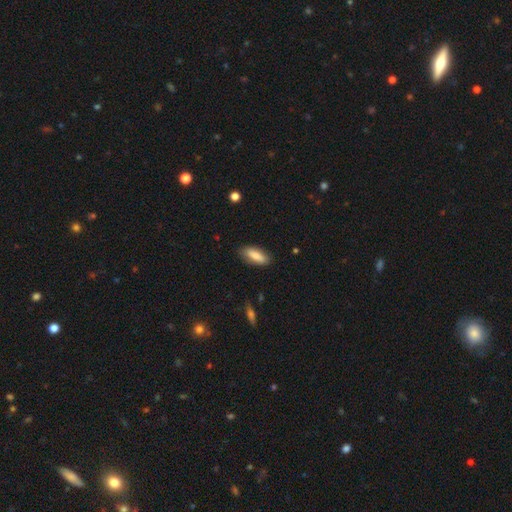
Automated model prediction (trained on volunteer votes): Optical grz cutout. It shows a smooth galaxy with no disk features (81%) that is in between round and cigar-shaped (71%). Merging: none (83%).